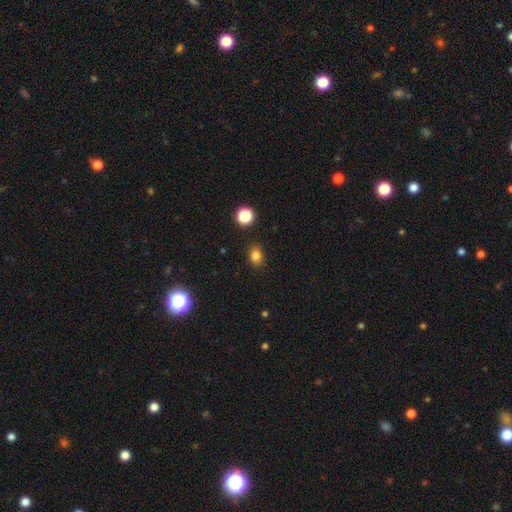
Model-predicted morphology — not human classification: smooth_or_featured: smooth (p=0.82) [alt: star or artifact p=0.14]
how_rounded: in between (p=0.53) [alt: round p=0.46]
merging: none (p=0.85) [alt: minor disturbance p=0.10]